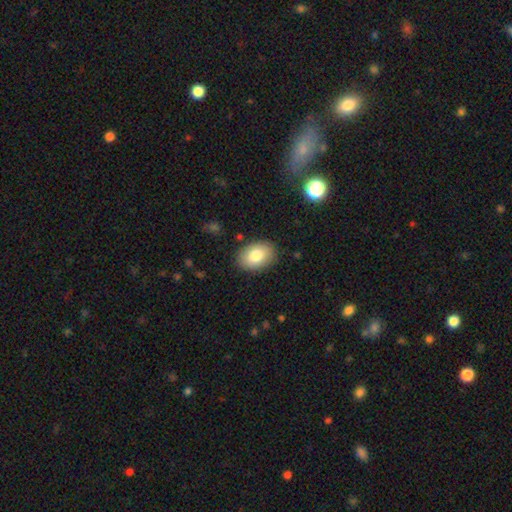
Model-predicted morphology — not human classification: Smooth or featured? Predicted: smooth (p=0.82). How rounded? Predicted: in between (p=0.85). Merging? Predicted: none (p=0.87).